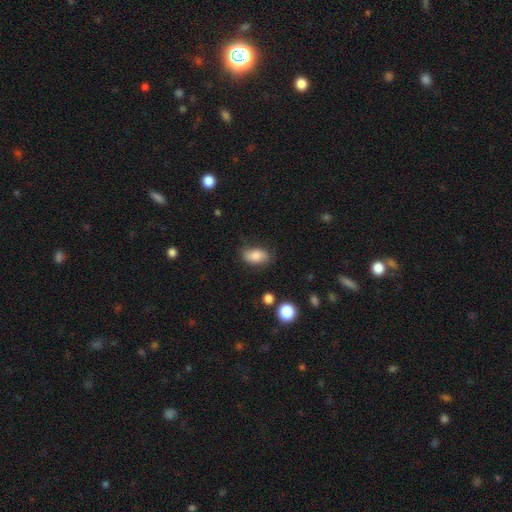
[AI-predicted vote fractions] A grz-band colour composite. It shows a smooth galaxy with no disk features (81%) that is in between round and cigar-shaped (90%). Merging: none (76%).